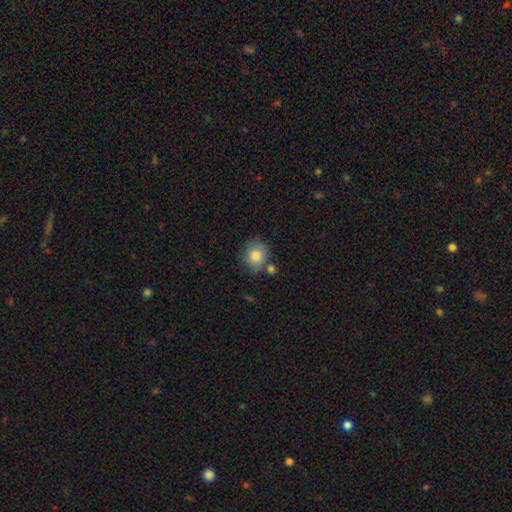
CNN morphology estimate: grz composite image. It shows a smooth galaxy with no disk features (81%) that is round (75%). Merging: none (67%).